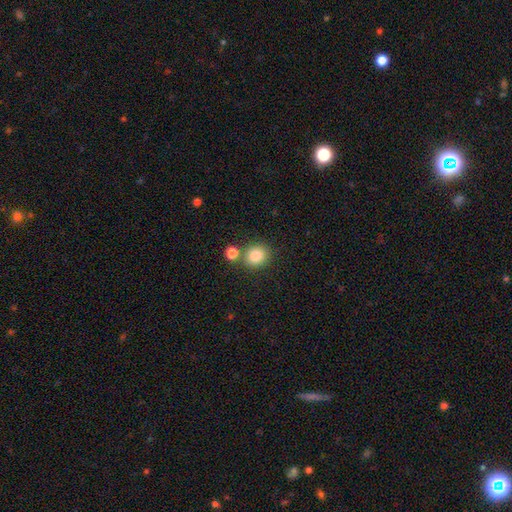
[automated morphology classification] smooth 83%, star or artifact 11%, featured or disk 6%. Down the decision tree: how rounded — round (83%); merging — none (74%).